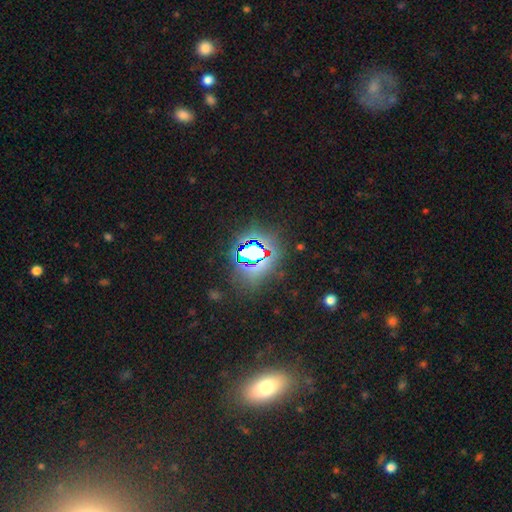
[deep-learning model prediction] Q: Smooth or featured?
A: star or artifact (67%); runner-up: smooth (22%)